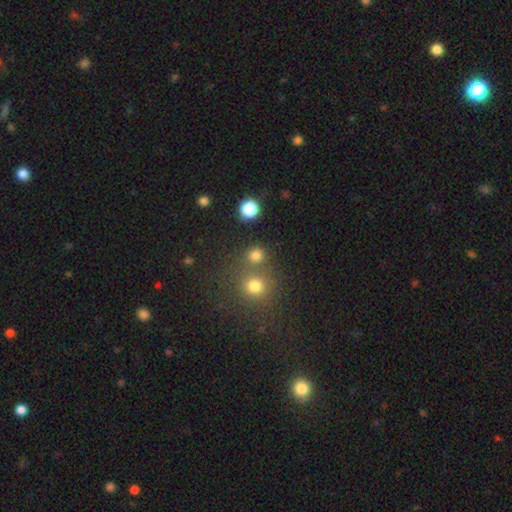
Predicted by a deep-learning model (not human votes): Smooth or featured? smooth (79%)
How rounded? round (89%)
Merging? none (71%)